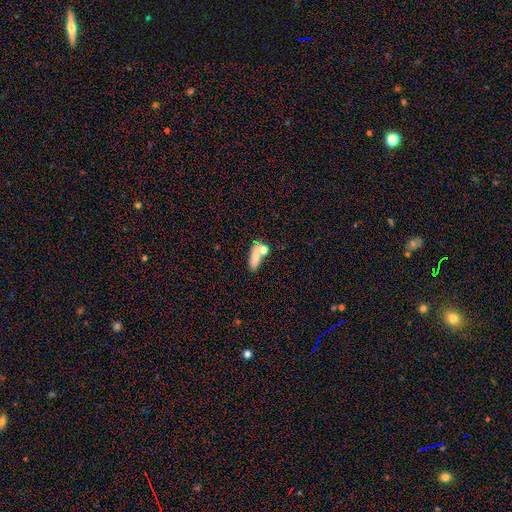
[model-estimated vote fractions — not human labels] Morphology: type=smooth (73%); roundness=in between (55%); merging=none (55%).